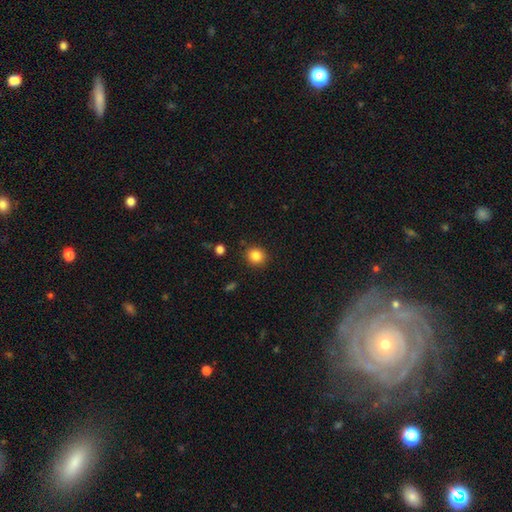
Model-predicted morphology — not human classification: Smooth or featured: smooth — 85% (star or artifact — 10%)
How rounded: round — 84% (in between — 16%)
Merging: none — 89% (minor disturbance — 7%)